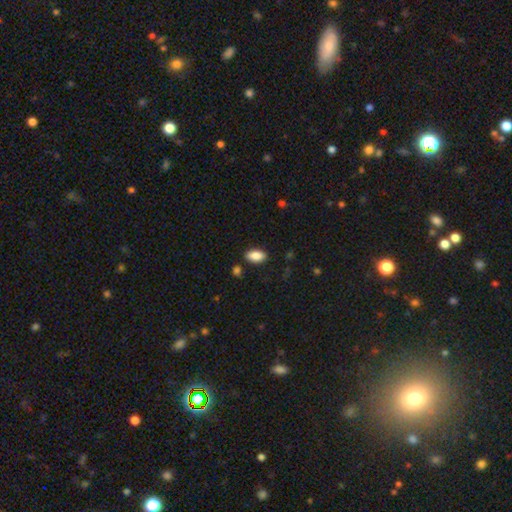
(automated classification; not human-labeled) A smooth galaxy with no disk features (87%) that is in between round and cigar-shaped (92%). Merging: none (85%).